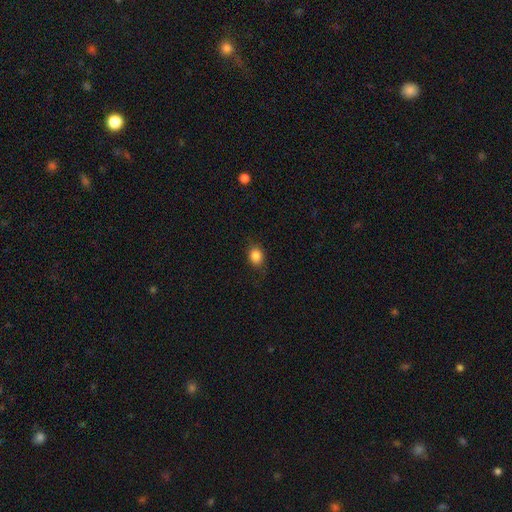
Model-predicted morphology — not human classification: Overall: smooth (85%). How rounded: round (51%; in between 48%). Merging: none (80%).